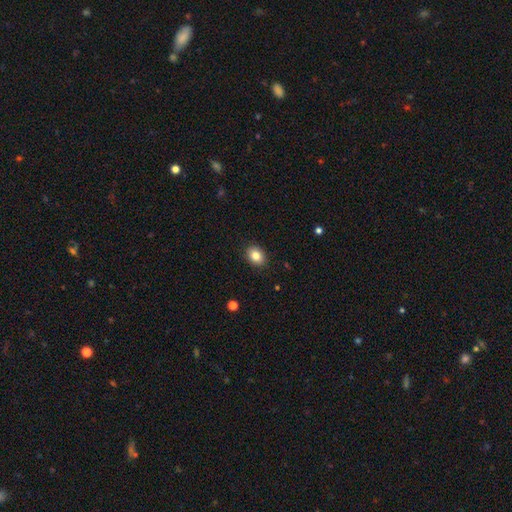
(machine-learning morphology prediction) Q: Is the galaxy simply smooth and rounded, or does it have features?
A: smooth — 83%.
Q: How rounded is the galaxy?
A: in between — 64%.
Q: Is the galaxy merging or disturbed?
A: none — 89%.